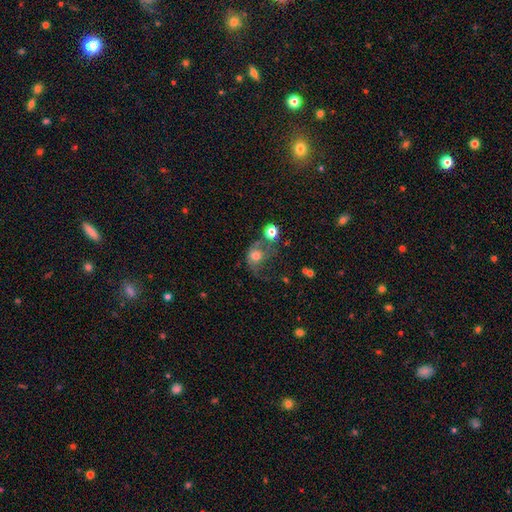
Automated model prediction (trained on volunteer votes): smooth_or_featured: smooth (p=0.55) [alt: featured or disk p=0.32]
how_rounded: round (p=0.63) [alt: in between p=0.36]
merging: major disturbance (p=0.38) [alt: none p=0.24]